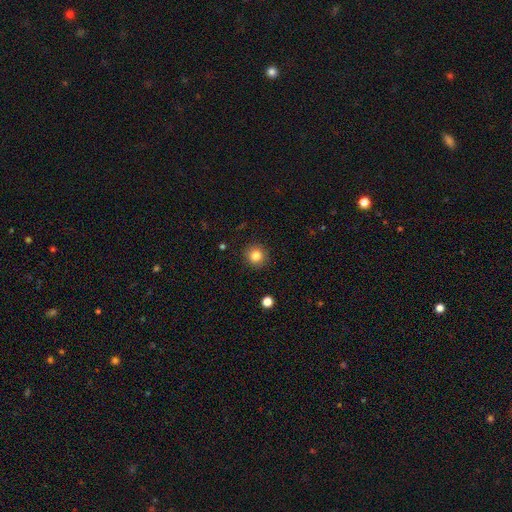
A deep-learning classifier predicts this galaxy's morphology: Smooth or featured?
  - smooth: 84% *
  - star or artifact: 11%
  - featured or disk: 6%
How rounded?
  - round: 93% *
  - in between: 6%
  - cigar-shaped: 1%
Merging?
  - none: 91% *
  - minor disturbance: 6%
  - major disturbance: 2%
  - merger: 1%